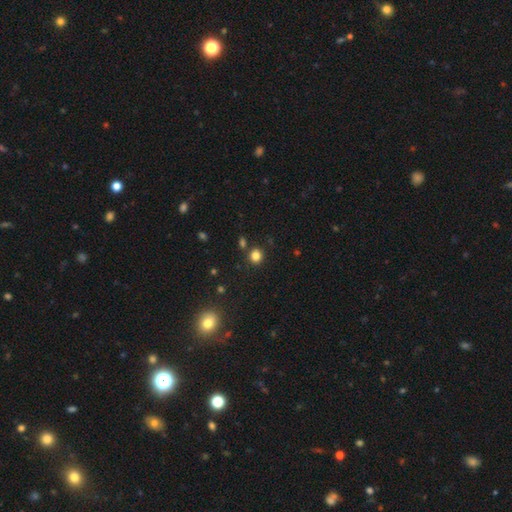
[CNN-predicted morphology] Overall: smooth (81%). How rounded: round (82%). Merging: none (83%).